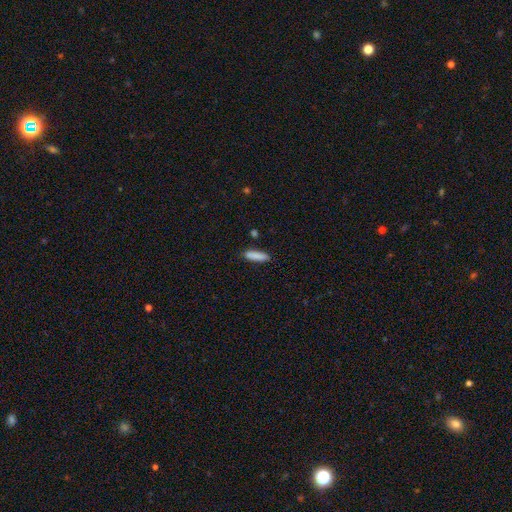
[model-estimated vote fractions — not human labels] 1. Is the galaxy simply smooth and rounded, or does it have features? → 87% smooth, 7% star or artifact, 6% featured or disk.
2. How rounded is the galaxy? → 66% cigar-shaped, 33% in between, 2% round.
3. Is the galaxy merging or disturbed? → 85% none, 10% minor disturbance, 2% merger, 2% major disturbance.